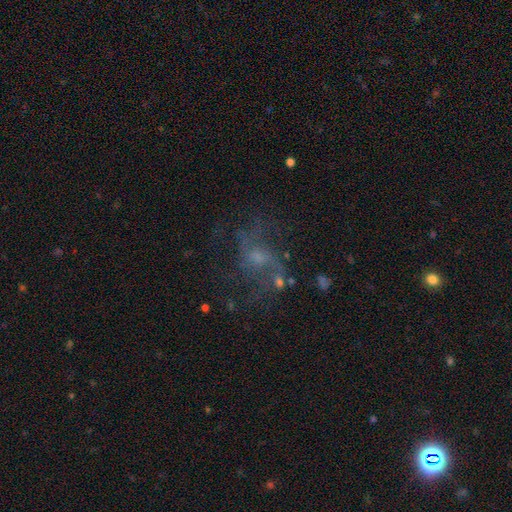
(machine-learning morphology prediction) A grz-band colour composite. It shows a featured or disk galaxy (59%) with no bar (66%), spiral arms (63%) and a small central bulge (42%). Merging: none (43%).